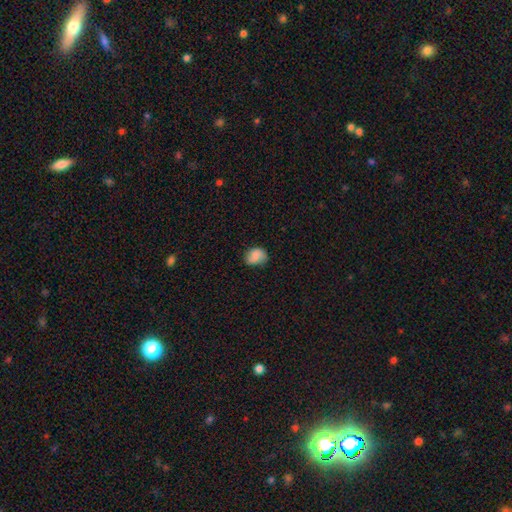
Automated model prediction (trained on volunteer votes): Morphology: type=smooth (78%); roundness=in between (54%); merging=none (66%).